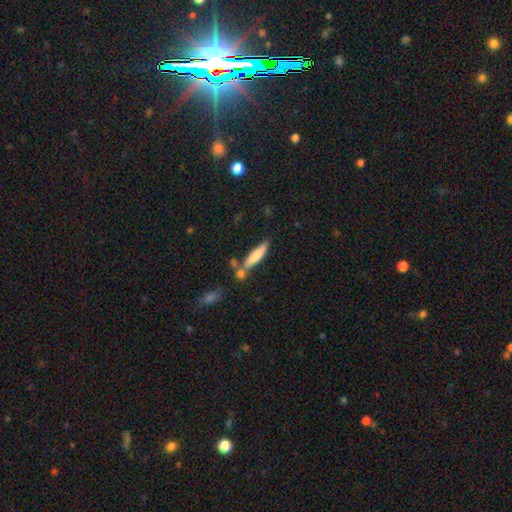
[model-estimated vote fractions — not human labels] Smooth or featured?
  - smooth: 69% *
  - featured or disk: 25%
  - star or artifact: 6%
How rounded?
  - cigar-shaped: 77% *
  - in between: 21%
  - round: 2%
Merging?
  - none: 62% *
  - merger: 19%
  - minor disturbance: 15%
  - major disturbance: 4%